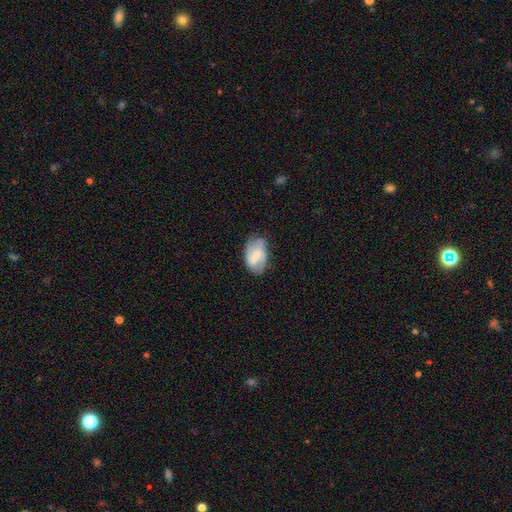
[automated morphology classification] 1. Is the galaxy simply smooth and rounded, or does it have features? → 58% featured or disk, 35% smooth, 7% star or artifact.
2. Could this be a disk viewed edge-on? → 97% no, 3% yes.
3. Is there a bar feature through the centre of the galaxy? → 50% weak, 33% strong, 17% no.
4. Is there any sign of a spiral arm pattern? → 83% yes, 17% no.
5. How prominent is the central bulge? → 43% small, 30% moderate, 22% none, 4% large, 1% dominant.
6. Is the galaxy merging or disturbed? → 63% none, 27% minor disturbance, 9% major disturbance, 2% merger.